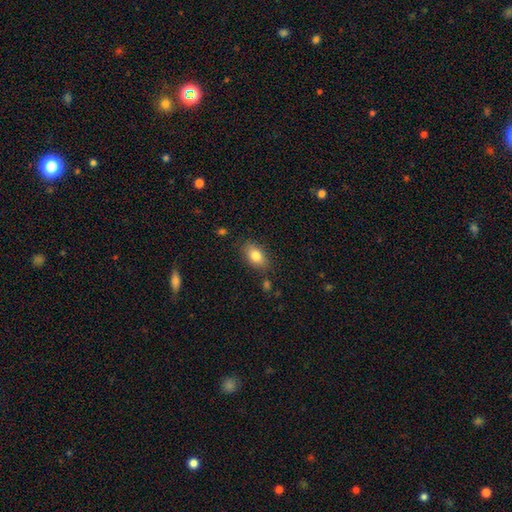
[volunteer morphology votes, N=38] A smooth galaxy with no disk features (76%) that is in between round and cigar-shaped (79%). Merging: none (69%).